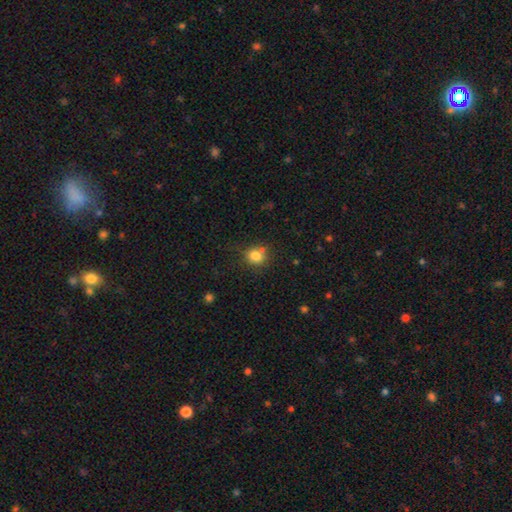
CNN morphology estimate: Overall: smooth (81%). How rounded: round (82%). Merging: none (69%).